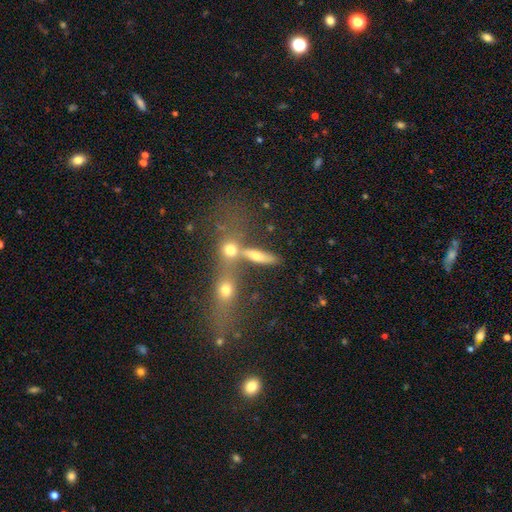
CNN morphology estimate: The model was most divided on "how rounded": cigar-shaped: 46%, in between: 36%, round: 19%. Remaining: smooth or featured — smooth (50%); merging — merger (48%).